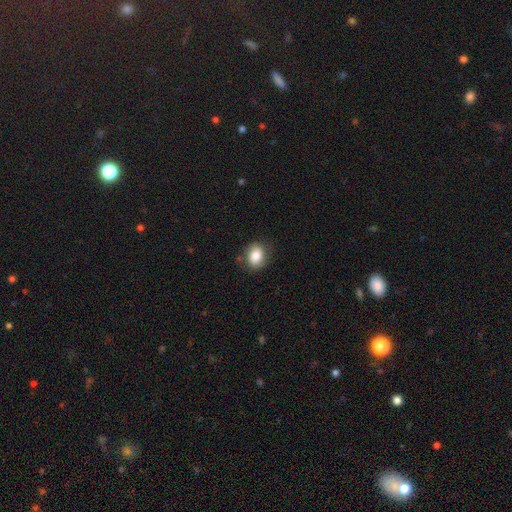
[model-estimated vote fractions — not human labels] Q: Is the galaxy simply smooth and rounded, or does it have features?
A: smooth — 81%.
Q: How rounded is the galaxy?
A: round — 50%.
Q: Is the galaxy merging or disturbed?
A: none — 81%.